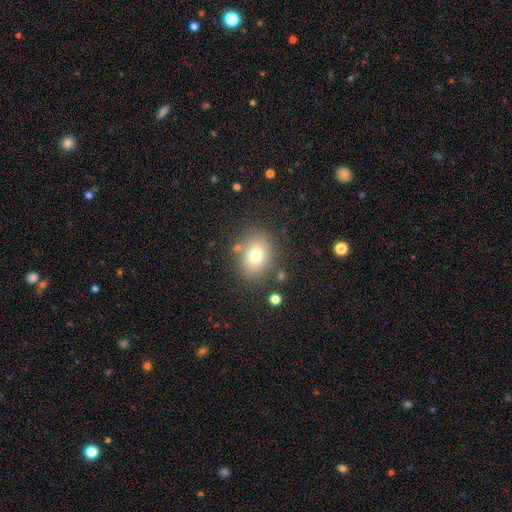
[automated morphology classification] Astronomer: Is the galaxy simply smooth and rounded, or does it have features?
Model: smooth — 75%.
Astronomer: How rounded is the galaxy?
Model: in between — 53% (runner-up: round, 46%).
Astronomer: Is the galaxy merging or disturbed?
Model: none — 79%.